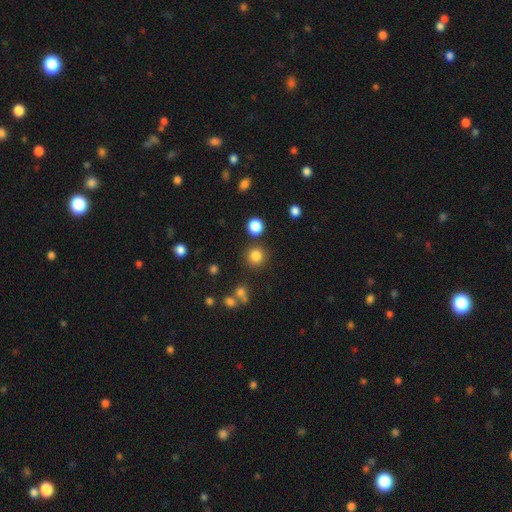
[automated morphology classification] smooth-or-featured: smooth: 82% | star or artifact: 13% | featured or disk: 5%
  how-rounded: round: 93% | in between: 6% | cigar-shaped: 1%
  merging: none: 85% | minor disturbance: 7% | merger: 5% | major disturbance: 3%